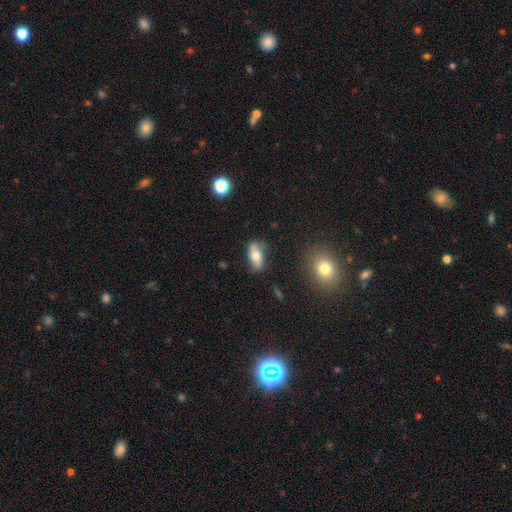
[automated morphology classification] Smooth or featured?
  - smooth: 62% *
  - featured or disk: 30%
  - star or artifact: 8%
How rounded?
  - in between: 79% *
  - cigar-shaped: 17%
  - round: 5%
Merging?
  - none: 74% *
  - minor disturbance: 18%
  - major disturbance: 5%
  - merger: 3%